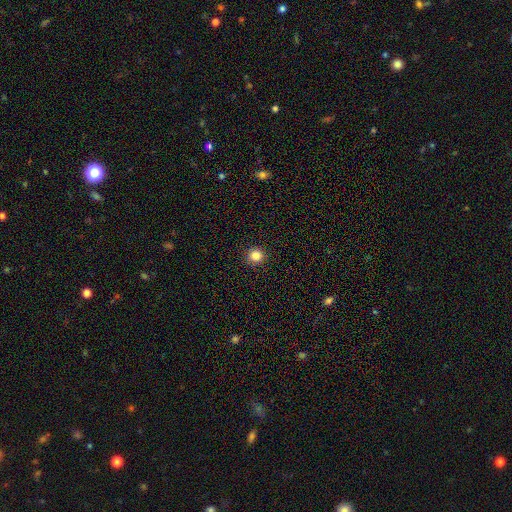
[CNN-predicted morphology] Q: Smooth or featured?
A: smooth (84%); runner-up: star or artifact (12%)
Q: How rounded?
A: round (93%); runner-up: in between (6%)
Q: Merging?
A: none (93%); runner-up: minor disturbance (5%)